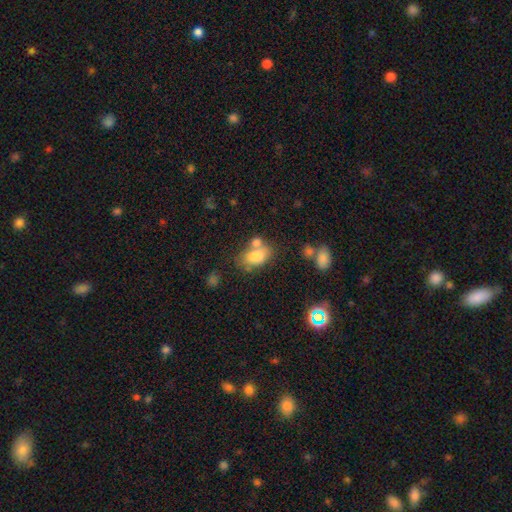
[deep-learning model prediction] Morphology: type=smooth (78%); roundness=in between (87%); merging=none (45%).